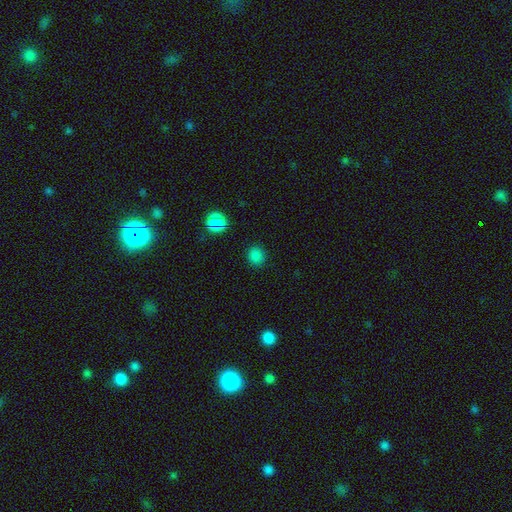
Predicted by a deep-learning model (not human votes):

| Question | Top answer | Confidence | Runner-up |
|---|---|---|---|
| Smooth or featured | smooth | 80% | star or artifact (17%) |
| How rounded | round | 84% | in between (15%) |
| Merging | none | 89% | minor disturbance (7%) |